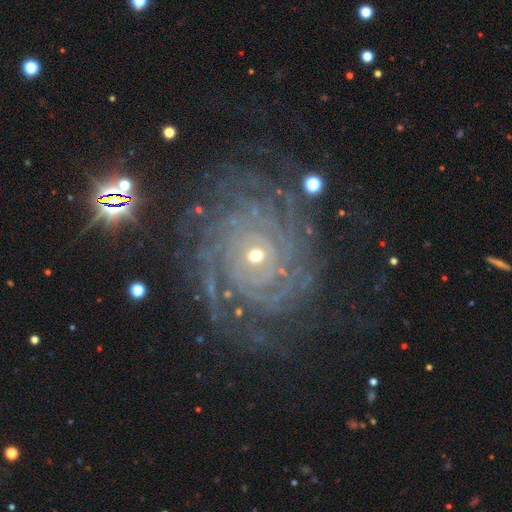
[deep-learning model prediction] Smooth or featured? featured or disk (88%)
Edge-on disk? no (97%)
Bar? no (78%)
Spiral arms? yes (98%)
Spiral winding? tight (85%)
Spiral arm count? can't tell (26%)
Bulge size? small (74%)
Merging? none (78%)